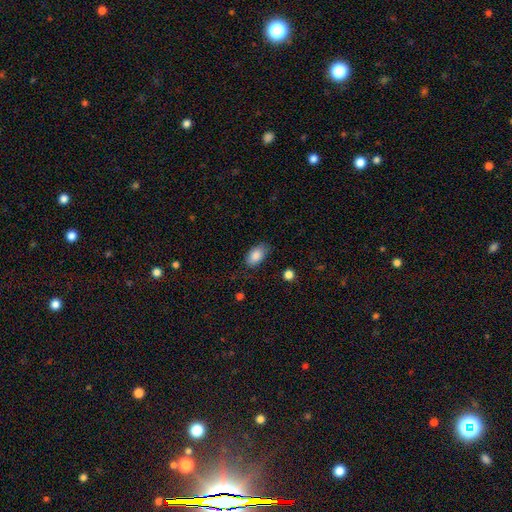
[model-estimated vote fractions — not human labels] Smooth or featured?
  - smooth: 86% *
  - star or artifact: 7%
  - featured or disk: 6%
How rounded?
  - in between: 92% *
  - round: 6%
  - cigar-shaped: 2%
Merging?
  - none: 78% *
  - minor disturbance: 17%
  - major disturbance: 4%
  - merger: 1%